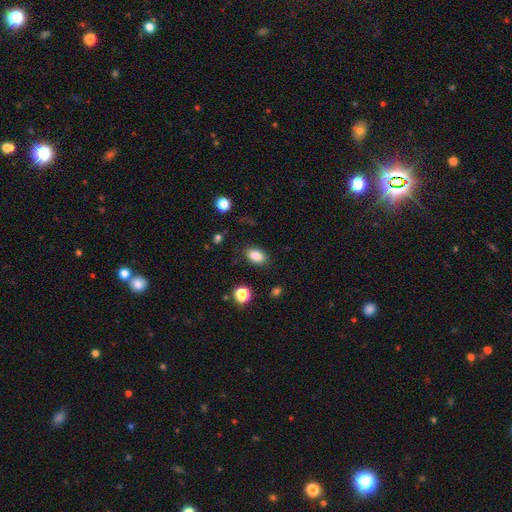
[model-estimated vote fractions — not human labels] smooth_or_featured: smooth (p=0.85) [alt: star or artifact p=0.09]
how_rounded: in between (p=0.88) [alt: round p=0.09]
merging: none (p=0.85) [alt: minor disturbance p=0.11]